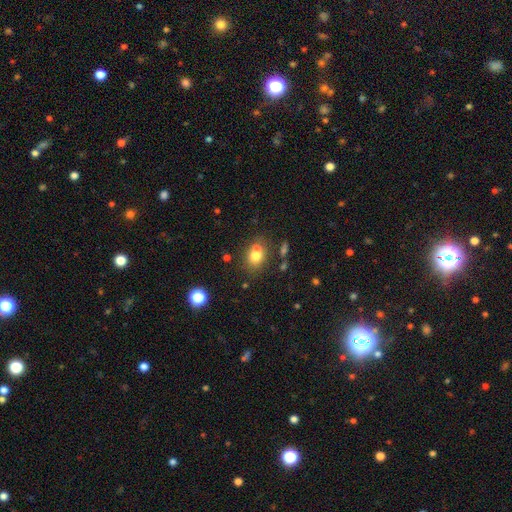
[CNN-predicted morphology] Smooth or featured? Predicted: smooth (p=0.75). How rounded? Predicted: in between (p=0.51). Merging? Predicted: none (p=0.55).